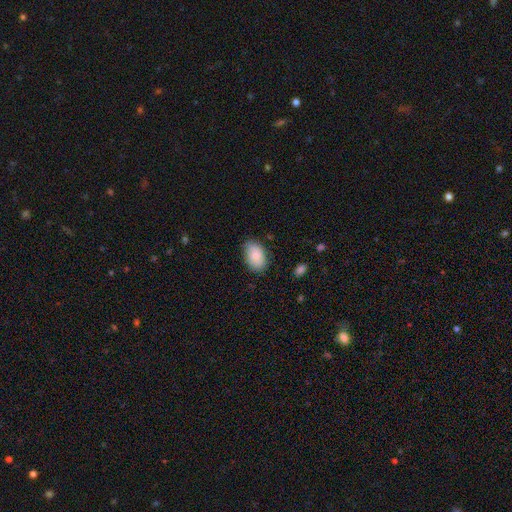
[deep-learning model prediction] This is clearly a smooth galaxy (82%). How rounded: clearly in between (91%). Merging: likely none (80%).